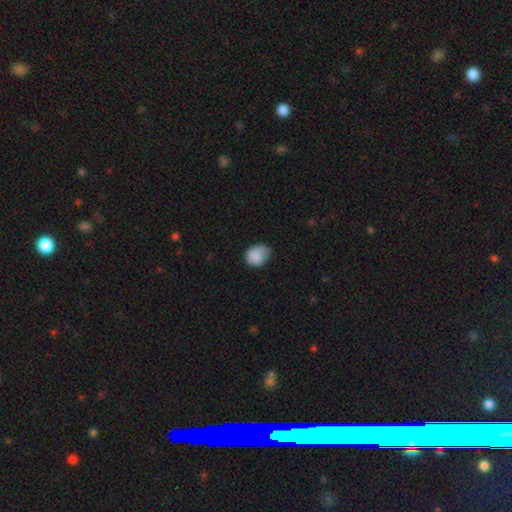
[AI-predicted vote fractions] smooth 85%, featured or disk 8%, star or artifact 7%. Down the decision tree: how rounded — in between (52%); merging — none (52%).